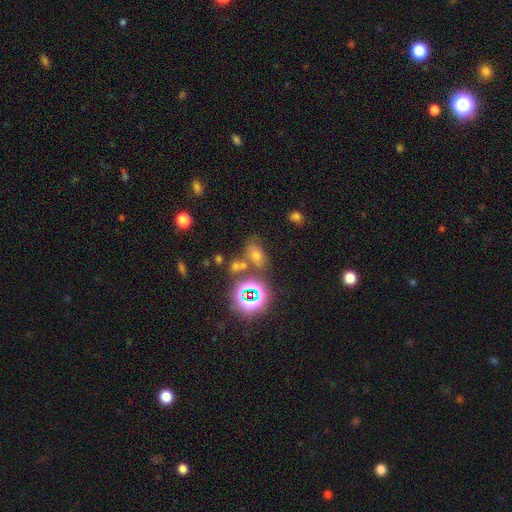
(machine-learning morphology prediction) A smooth galaxy with no disk features (56%) that is in between round and cigar-shaped (77%).

Vote fractions:
- Smooth or featured? smooth: 56% / star or artifact: 30% / featured or disk: 14%
- How rounded? in between: 77% / round: 21% / cigar-shaped: 3%
- Merging? none: 56% / merger: 21% / minor disturbance: 15% / major disturbance: 8%